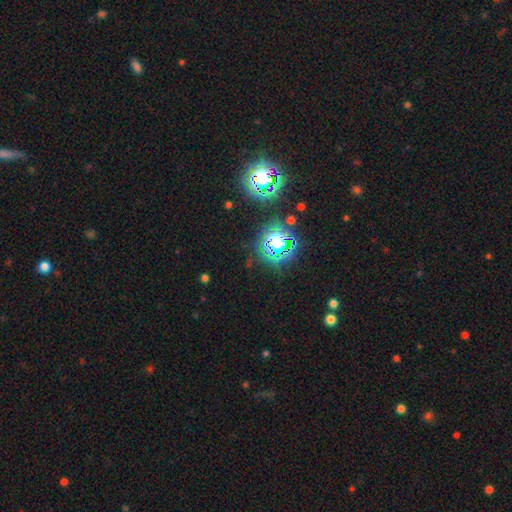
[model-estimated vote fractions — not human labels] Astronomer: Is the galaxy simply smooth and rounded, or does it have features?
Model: star or artifact — 78%.